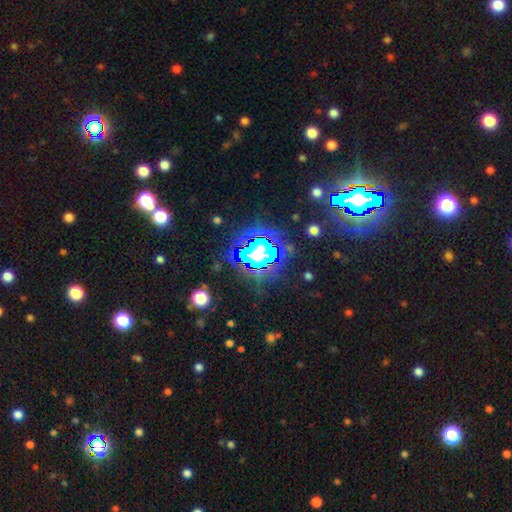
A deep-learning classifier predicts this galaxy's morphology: Smooth or featured?
  - star or artifact: 64% *
  - smooth: 21%
  - featured or disk: 15%